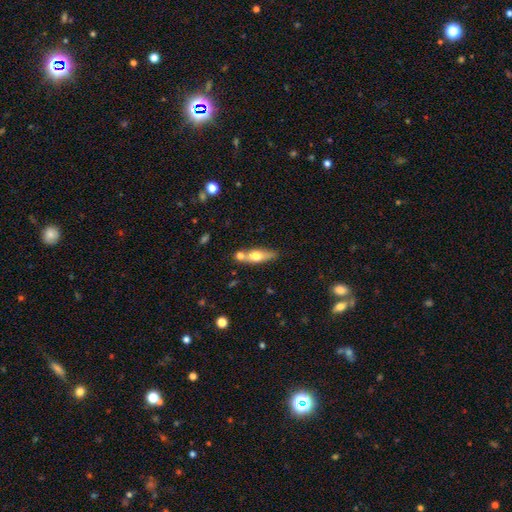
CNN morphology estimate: smooth 58%, featured or disk 35%, star or artifact 7%. Down the decision tree: how rounded — in between (51%); merging — none (61%).